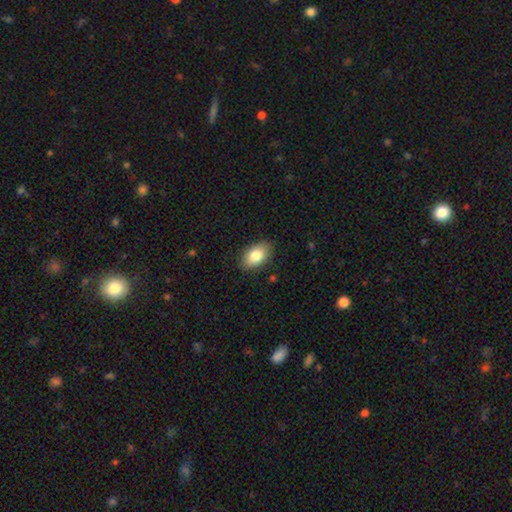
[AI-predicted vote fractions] Smooth or featured?
  - smooth: 82% *
  - featured or disk: 10%
  - star or artifact: 7%
How rounded?
  - in between: 91% *
  - round: 7%
  - cigar-shaped: 1%
Merging?
  - none: 87% *
  - minor disturbance: 9%
  - major disturbance: 2%
  - merger: 1%